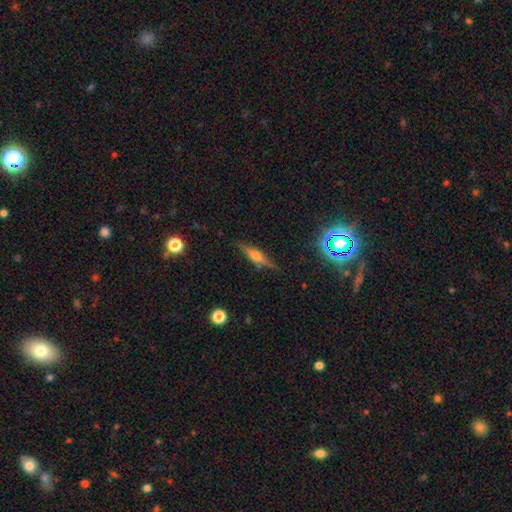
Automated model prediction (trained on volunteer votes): This is likely a featured or disk galaxy (65%). It is clearly viewed edge-on (96%). Edge-on bulge: clearly rounded (85%). Merging: clearly none (86%).